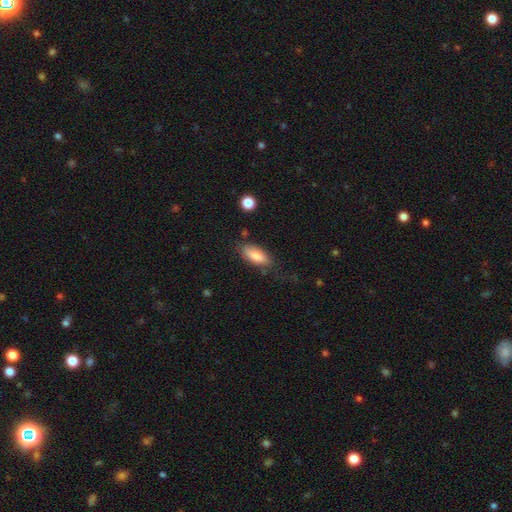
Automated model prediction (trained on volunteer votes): A smooth galaxy with no disk features (82%) that is in between round and cigar-shaped (82%). Merging: none (68%).